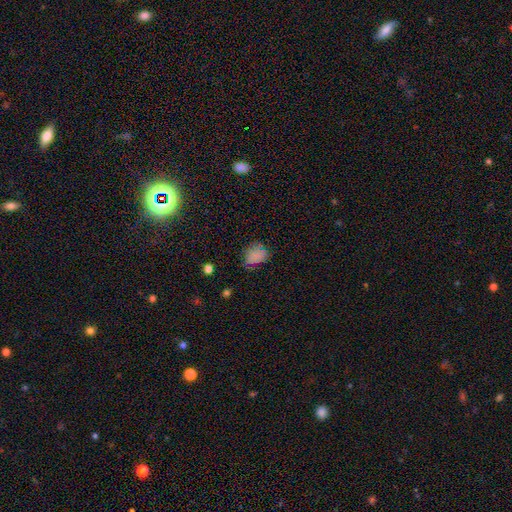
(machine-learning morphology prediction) Q: Smooth or featured?
A: smooth (75%); runner-up: star or artifact (16%)
Q: How rounded?
A: in between (64%); runner-up: round (35%)
Q: Merging?
A: none (57%); runner-up: minor disturbance (31%)